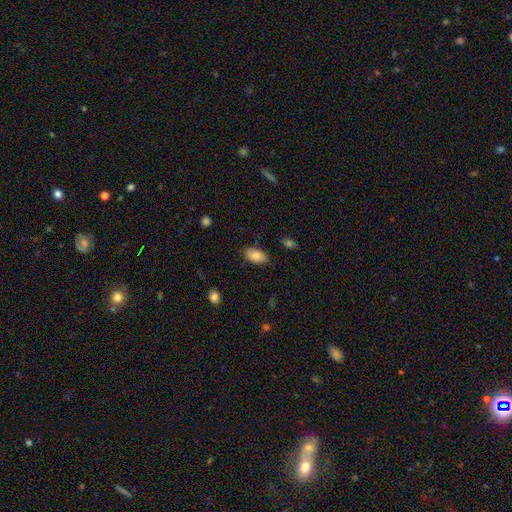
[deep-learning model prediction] Smooth or featured? Predicted: smooth (p=0.86). How rounded? Predicted: in between (p=0.94). Merging? Predicted: none (p=0.82).